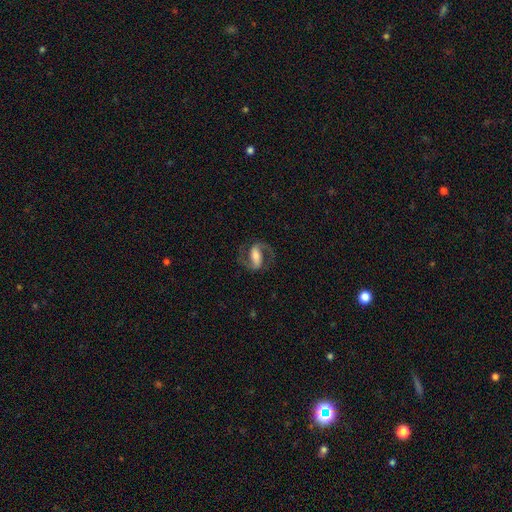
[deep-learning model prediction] smooth_or_featured: featured or disk (p=0.85) [alt: smooth p=0.10]
disk_edge_on: no (p=0.96) [alt: yes p=0.04]
bar: strong (p=0.52) [alt: weak p=0.32]
has_spiral_arms: yes (p=0.96) [alt: no p=0.04]
spiral_winding: medium (p=0.59) [alt: loose p=0.25]
spiral_arm_count: 2 (p=0.93) [alt: 1 p=0.02]
bulge_size: moderate (p=0.48) [alt: small p=0.30]
merging: none (p=0.77) [alt: minor disturbance p=0.13]